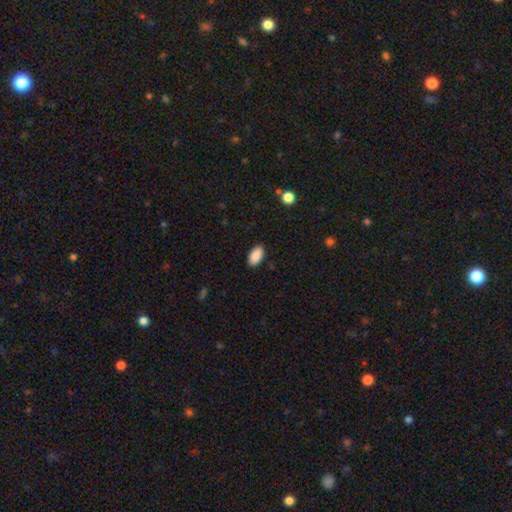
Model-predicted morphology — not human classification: type=smooth (90%); roundness=in between (95%); merging=none (89%).